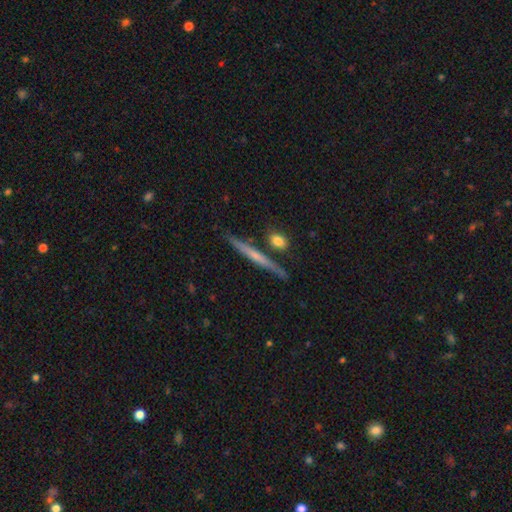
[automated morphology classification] Smooth or featured? featured or disk (52%)
Edge-on disk? yes (95%)
Merging? none (82%)